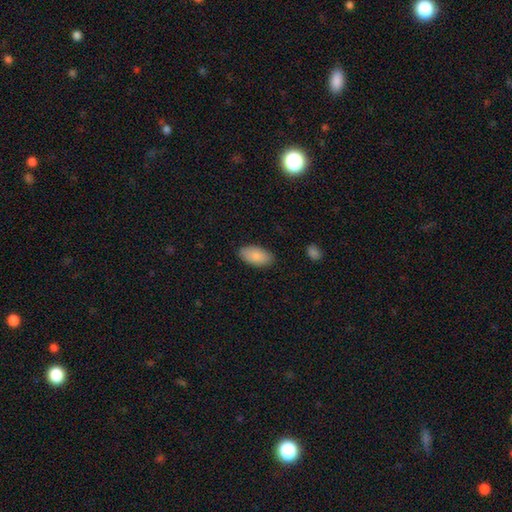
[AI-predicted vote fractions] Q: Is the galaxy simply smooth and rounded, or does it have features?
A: smooth — 87%.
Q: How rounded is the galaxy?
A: in between — 95%.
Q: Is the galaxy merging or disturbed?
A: none — 86%.